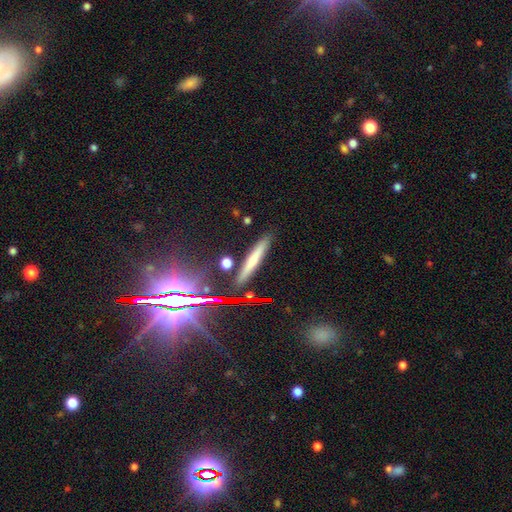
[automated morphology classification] smooth_or_featured: smooth (p=0.48) [alt: featured or disk p=0.30]
merging: none (p=0.85) [alt: minor disturbance p=0.09]